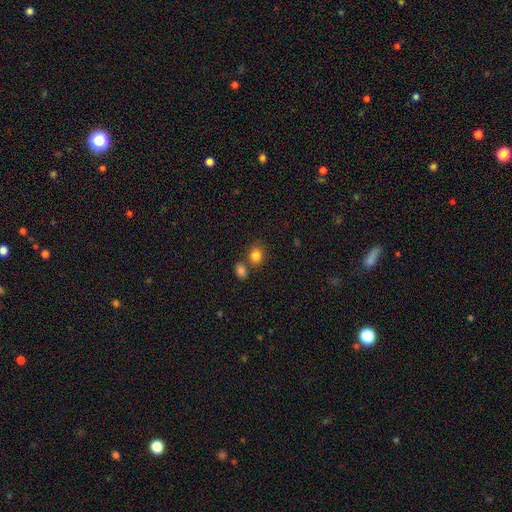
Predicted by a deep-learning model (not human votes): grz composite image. It shows a smooth galaxy with no disk features (84%) that is round (65%). Merging: none (64%).